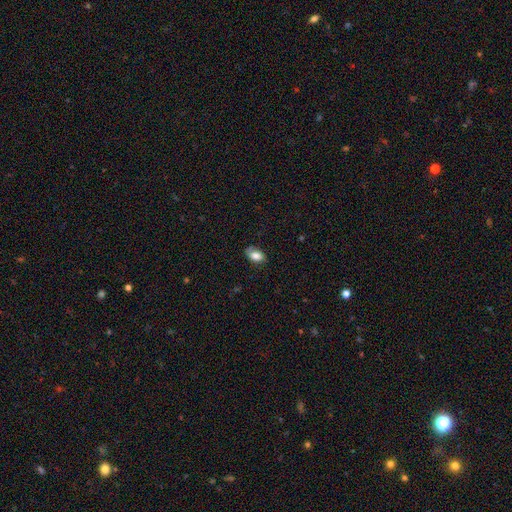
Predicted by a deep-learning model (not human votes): This is likely a smooth galaxy (77%). How rounded: clearly in between (89%). Merging: likely none (67%).